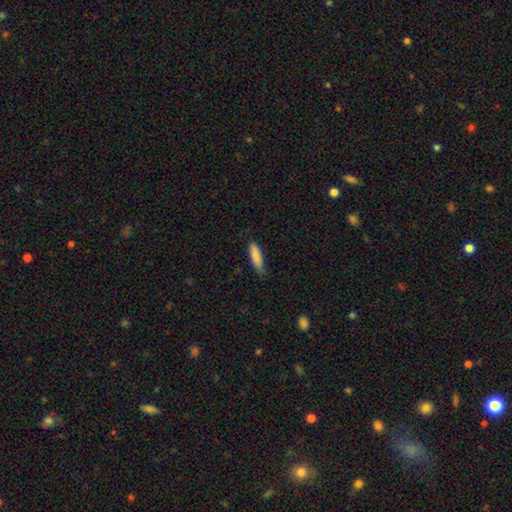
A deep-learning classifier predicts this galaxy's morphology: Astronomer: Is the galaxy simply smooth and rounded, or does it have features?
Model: smooth — 86%.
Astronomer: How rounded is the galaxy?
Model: cigar-shaped — 66%.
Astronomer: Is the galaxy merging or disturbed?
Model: none — 70%.